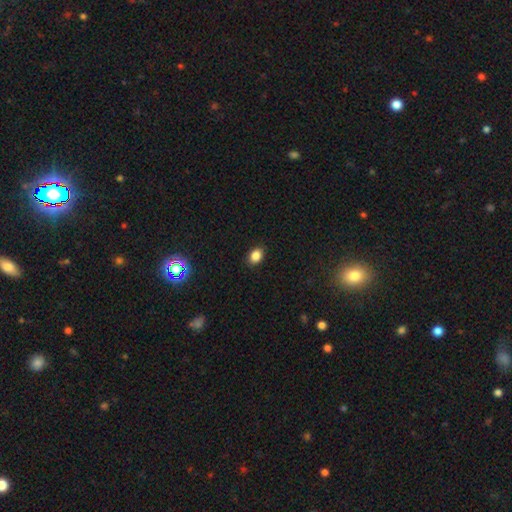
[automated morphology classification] Smooth or featured: smooth — 85% (star or artifact — 11%)
How rounded: in between — 67% (round — 32%)
Merging: none — 89% (minor disturbance — 8%)